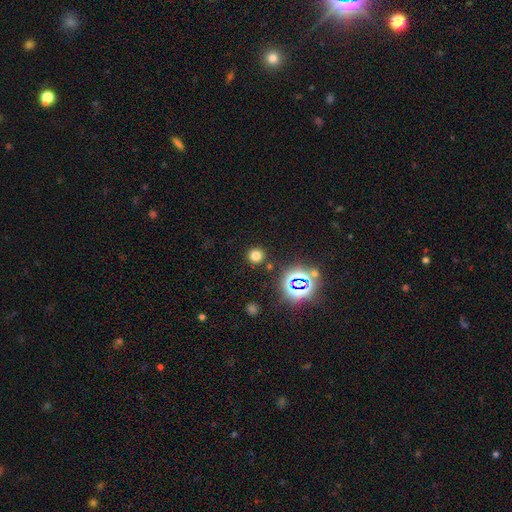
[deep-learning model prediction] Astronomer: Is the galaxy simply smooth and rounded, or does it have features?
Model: smooth — 70%.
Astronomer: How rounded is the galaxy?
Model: round — 93%.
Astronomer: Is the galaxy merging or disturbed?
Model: none — 87%.